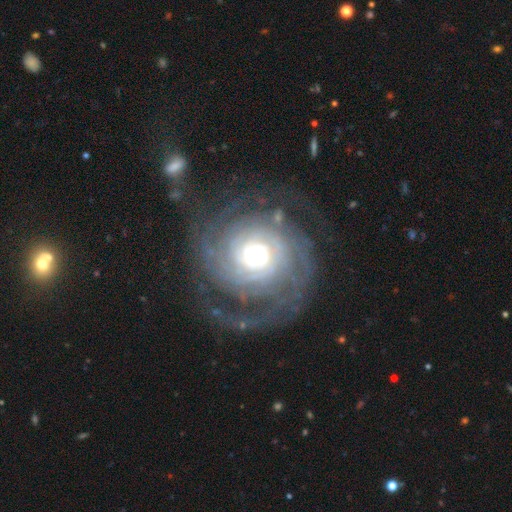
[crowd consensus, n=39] Smooth or featured? 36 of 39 (92%) said featured or disk. Edge-on disk? 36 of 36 (100%) said no. Bar? 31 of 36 (86%) said no. Spiral arms? 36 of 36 (100%) said yes. Spiral winding? 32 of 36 (89%) said tight. Spiral arm count? 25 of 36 (69%) said 2. Bulge size? 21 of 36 (58%) said moderate. Merging? 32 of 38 (84%) said none.